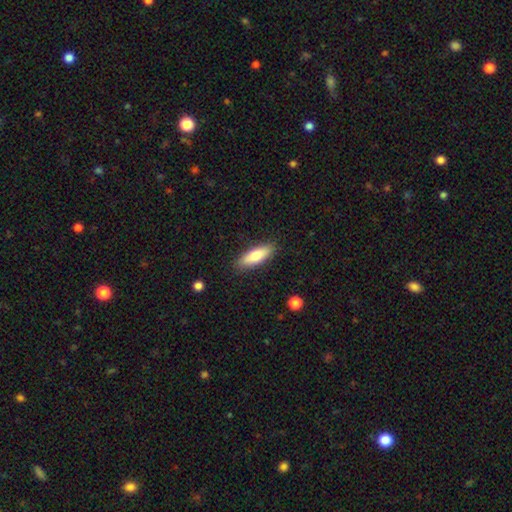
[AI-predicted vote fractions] Smooth or featured? smooth (75%)
How rounded? in between (54%)
Merging? none (88%)